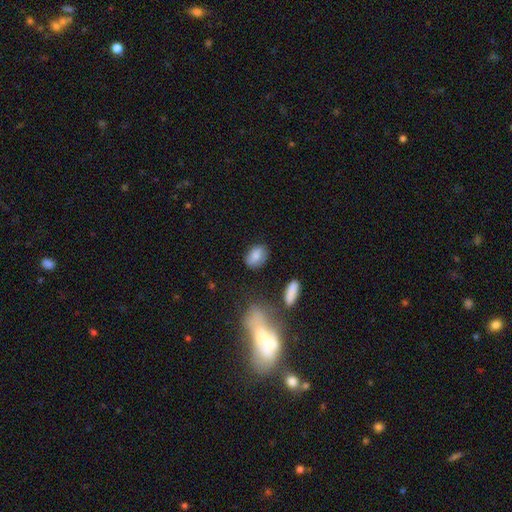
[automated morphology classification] Overall: smooth (82%). How rounded: in between (81%). Merging: none (74%).